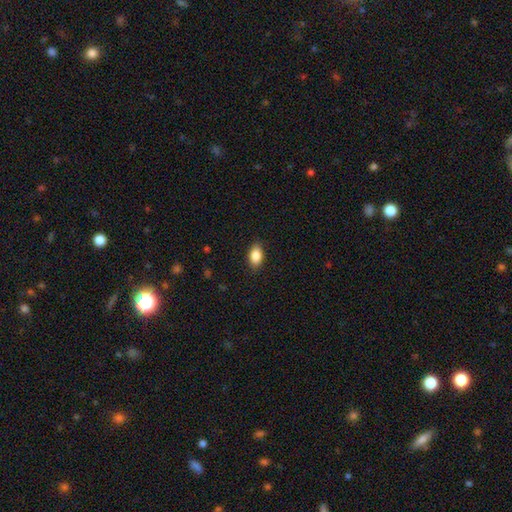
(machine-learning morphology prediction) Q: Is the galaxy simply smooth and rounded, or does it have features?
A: smooth — 87%.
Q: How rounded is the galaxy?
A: in between — 90%.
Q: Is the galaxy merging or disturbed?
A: none — 86%.